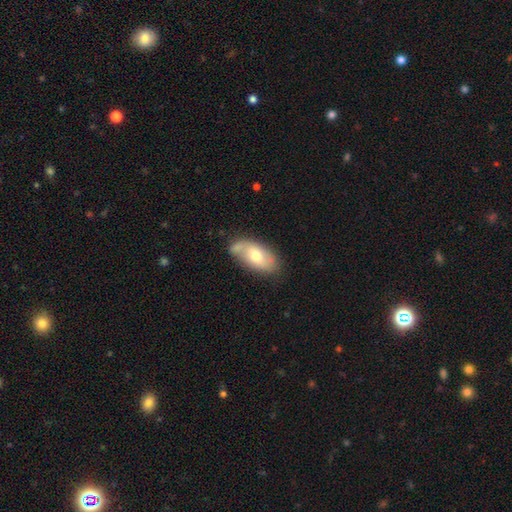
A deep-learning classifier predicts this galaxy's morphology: The model was most divided on "smooth or featured": smooth: 59%, featured or disk: 34%, star or artifact: 7%. More confident: how rounded — in between (91%); merging — none (58%).